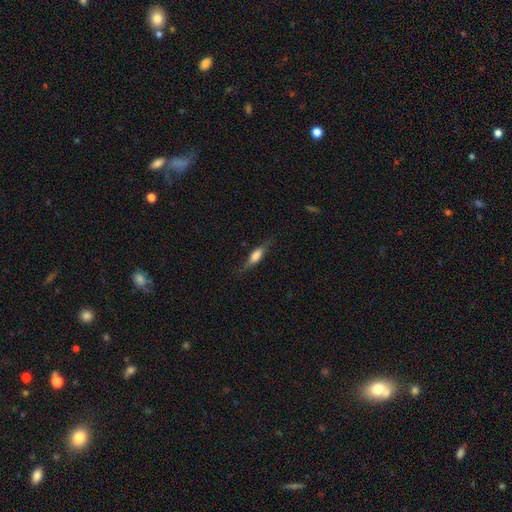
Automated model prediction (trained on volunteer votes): A smooth galaxy with no disk features (50%) that is cigar-shaped (56%).

Vote fractions:
- Smooth or featured? smooth: 50% / featured or disk: 42% / star or artifact: 8%
- How rounded? cigar-shaped: 56% / in between: 41% / round: 3%
- Merging? none: 74% / minor disturbance: 18% / major disturbance: 6% / merger: 1%